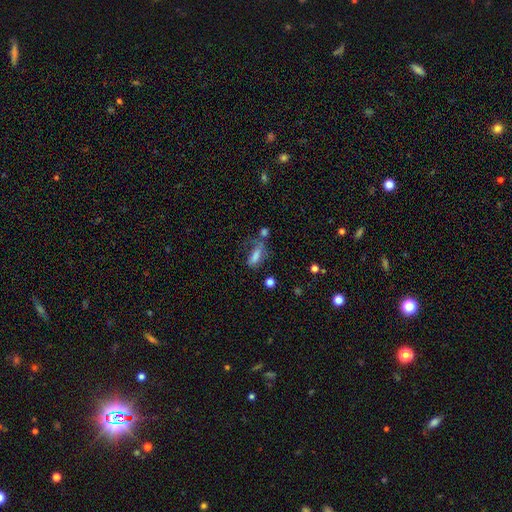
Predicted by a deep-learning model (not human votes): Q: Smooth or featured?
A: smooth (65%); runner-up: featured or disk (21%)
Q: How rounded?
A: in between (54%); runner-up: cigar-shaped (42%)
Q: Merging?
A: none (38%); runner-up: major disturbance (24%)